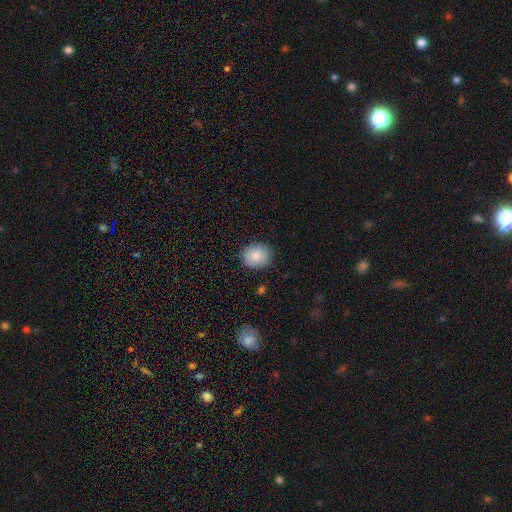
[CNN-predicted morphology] Smooth or featured: smooth — 85% (star or artifact — 8%)
How rounded: round — 68% (in between — 31%)
Merging: none — 86% (minor disturbance — 10%)